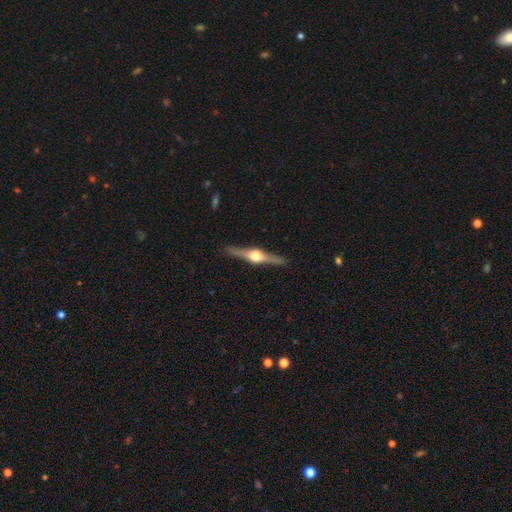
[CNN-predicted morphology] featured or disk 82%, smooth 13%, star or artifact 5%. Down the decision tree: edge-on disk — yes (98%); edge-on bulge — rounded (96%); merging — none (91%).